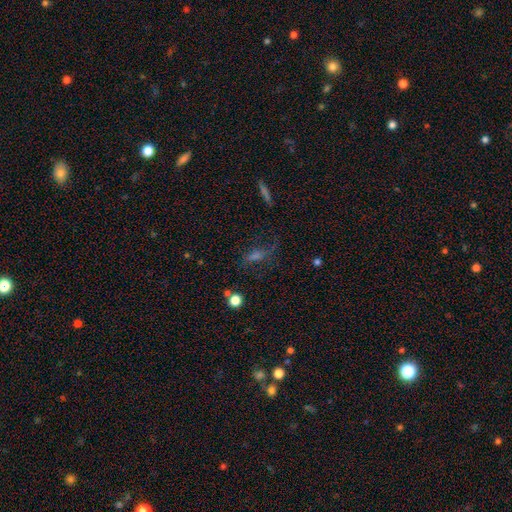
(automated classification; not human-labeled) Smooth or featured? Predicted: smooth (p=0.39). Merging? Predicted: none (p=0.54).